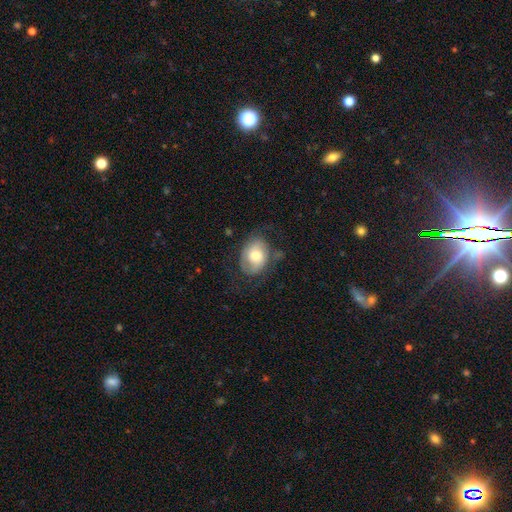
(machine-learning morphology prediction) Smooth or featured? Predicted: smooth (p=0.53). How rounded? Predicted: in between (p=0.68). Merging? Predicted: none (p=0.55).